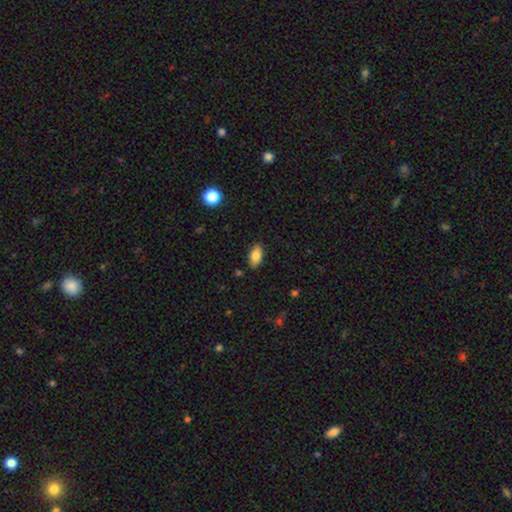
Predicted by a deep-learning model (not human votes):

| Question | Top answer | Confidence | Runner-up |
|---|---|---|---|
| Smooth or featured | smooth | 84% | featured or disk (8%) |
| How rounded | in between | 91% | cigar-shaped (5%) |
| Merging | none | 86% | minor disturbance (10%) |